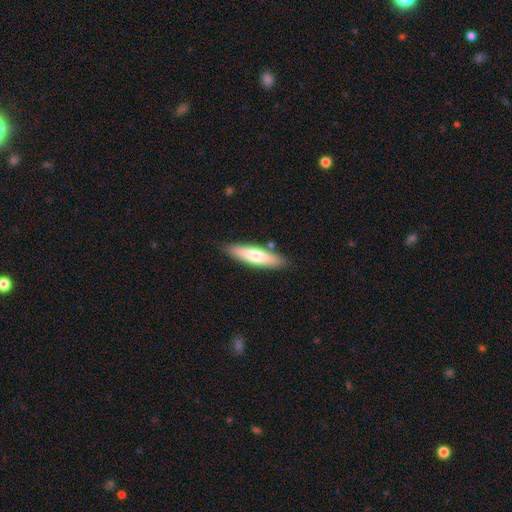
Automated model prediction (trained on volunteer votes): A smooth galaxy with no disk features (66%) that is cigar-shaped (71%). Merging: none (85%).